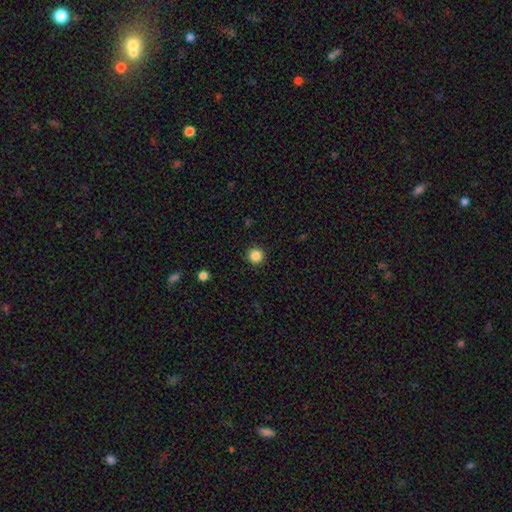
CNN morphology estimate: Q: Smooth or featured?
A: smooth (86%); runner-up: star or artifact (11%)
Q: How rounded?
A: round (96%); runner-up: in between (3%)
Q: Merging?
A: none (92%); runner-up: minor disturbance (5%)